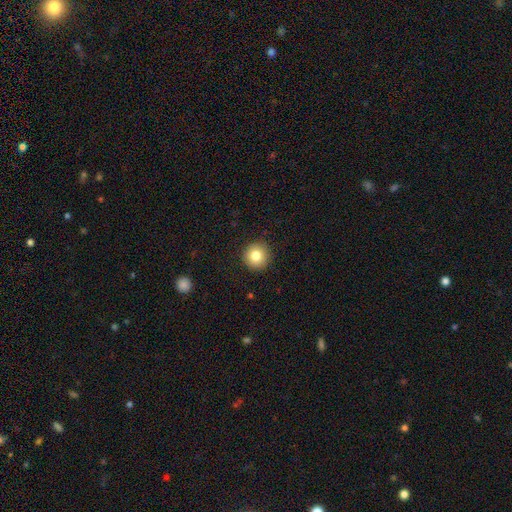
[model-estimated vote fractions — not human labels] Smooth or featured: smooth — 81% (star or artifact — 10%)
How rounded: round — 95% (in between — 4%)
Merging: none — 92% (minor disturbance — 5%)